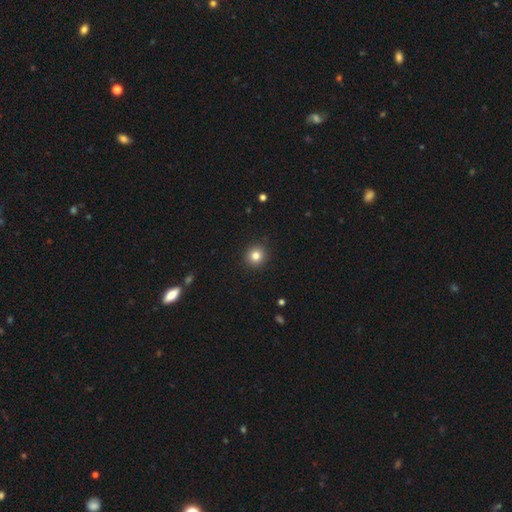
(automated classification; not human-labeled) Morphology: type=smooth (82%); roundness=round (93%); merging=none (92%).